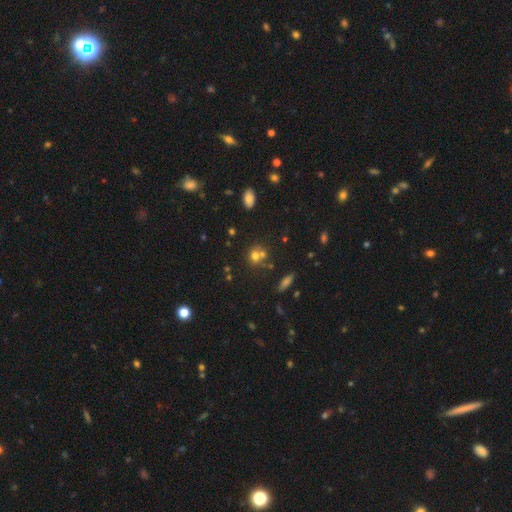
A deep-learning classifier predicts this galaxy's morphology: smooth_or_featured: smooth (p=0.64) [alt: star or artifact p=0.19]
how_rounded: round (p=0.73) [alt: in between p=0.25]
merging: none (p=0.44) [alt: merger p=0.42]